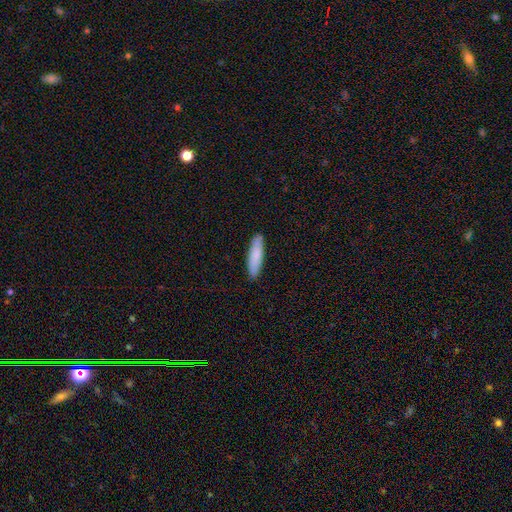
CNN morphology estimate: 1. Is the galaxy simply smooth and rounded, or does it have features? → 83% smooth, 12% featured or disk, 5% star or artifact.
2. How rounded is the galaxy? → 72% cigar-shaped, 26% in between, 1% round.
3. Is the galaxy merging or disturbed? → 89% none, 9% minor disturbance, 2% major disturbance, 1% merger.